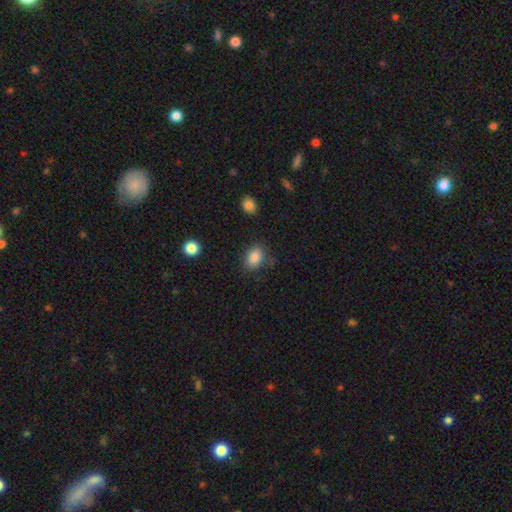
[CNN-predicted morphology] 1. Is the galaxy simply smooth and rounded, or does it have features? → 87% smooth, 9% star or artifact, 4% featured or disk.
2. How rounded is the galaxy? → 79% in between, 20% round, 1% cigar-shaped.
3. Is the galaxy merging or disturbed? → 78% none, 15% minor disturbance, 4% major disturbance, 3% merger.